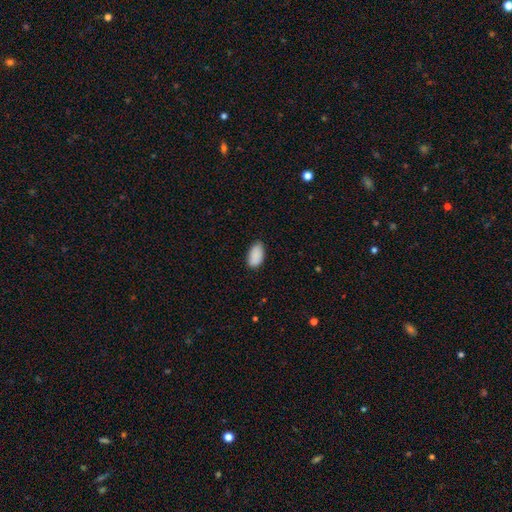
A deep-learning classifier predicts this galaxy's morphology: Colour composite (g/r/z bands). It shows a smooth galaxy with no disk features (90%) that is in between round and cigar-shaped (95%). Merging: none (82%).